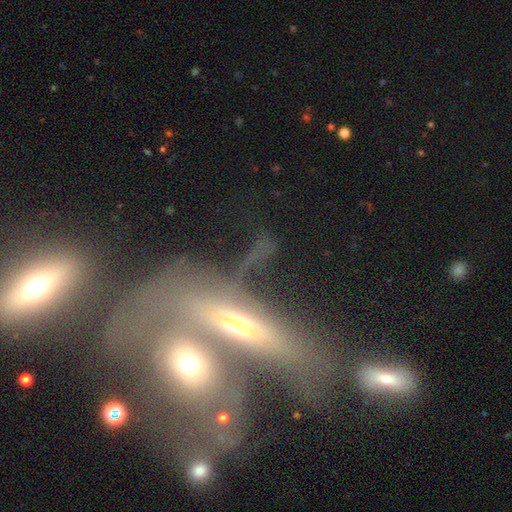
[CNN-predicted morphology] This appears to be a featured or disk galaxy (54%) viewed edge-on (55%). Merging: merger (49%).